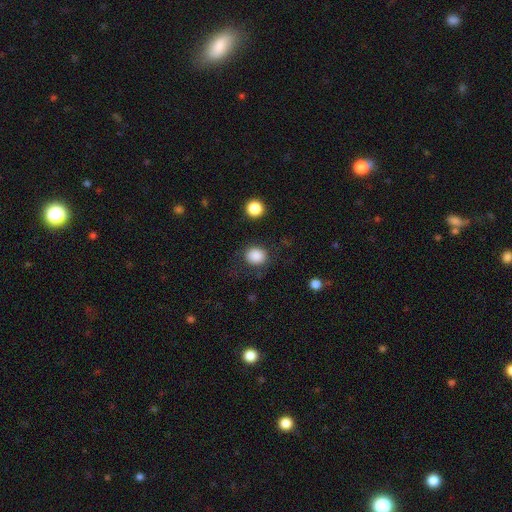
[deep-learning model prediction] Smooth or featured: smooth — 86% (star or artifact — 9%)
How rounded: round — 75% (in between — 24%)
Merging: none — 80% (minor disturbance — 12%)